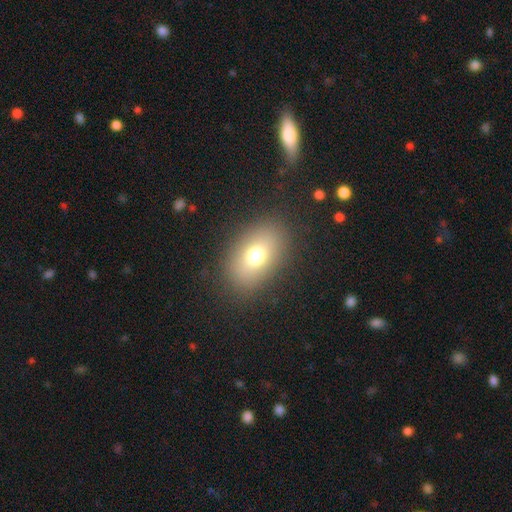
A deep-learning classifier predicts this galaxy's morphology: Overall: smooth (72%). How rounded: in between (82%). Merging: none (85%).